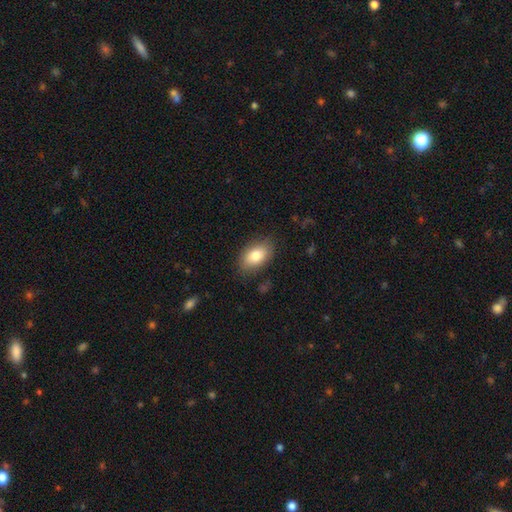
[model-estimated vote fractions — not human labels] Smooth or featured? Predicted: smooth (p=0.81). How rounded? Predicted: in between (p=0.91). Merging? Predicted: none (p=0.81).